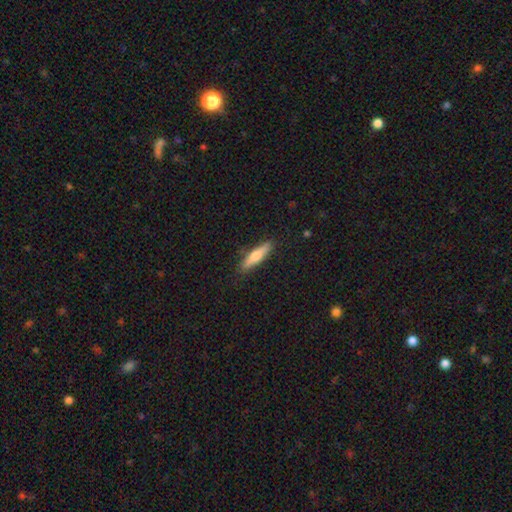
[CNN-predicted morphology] Smooth or featured?
  - smooth: 61% *
  - featured or disk: 34%
  - star or artifact: 6%
How rounded?
  - cigar-shaped: 79% *
  - in between: 19%
  - round: 2%
Merging?
  - none: 87% *
  - minor disturbance: 10%
  - major disturbance: 2%
  - merger: 1%